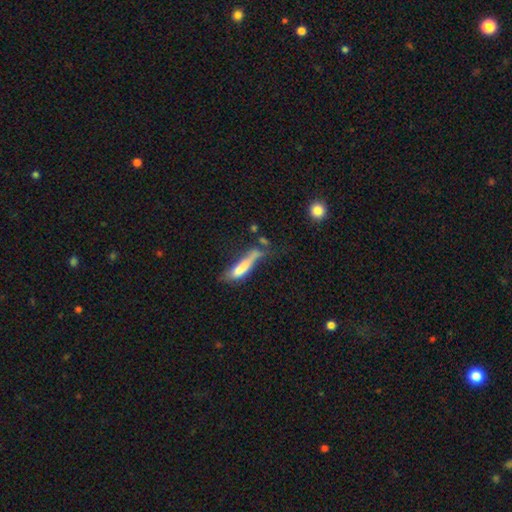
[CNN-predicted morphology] Smooth or featured? smooth (53%)
How rounded? cigar-shaped (81%)
Merging? none (33%)